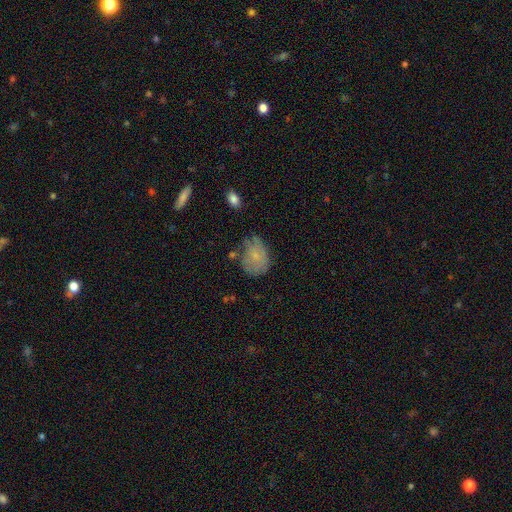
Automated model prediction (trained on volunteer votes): Smooth or featured? Predicted: smooth (p=0.66). How rounded? Predicted: in between (p=0.57). Merging? Predicted: none (p=0.46).